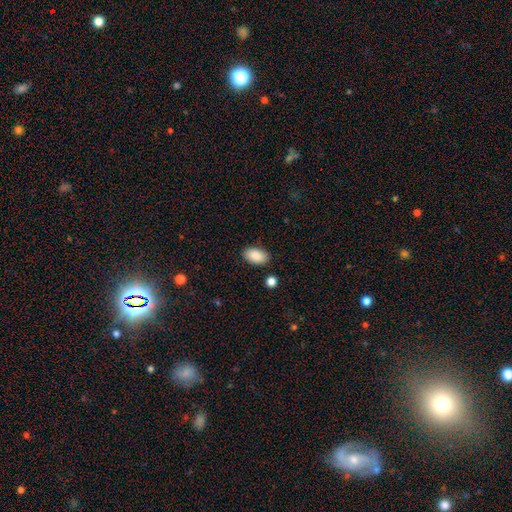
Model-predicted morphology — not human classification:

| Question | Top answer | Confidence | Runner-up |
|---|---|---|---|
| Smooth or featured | smooth | 90% | star or artifact (7%) |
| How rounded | in between | 93% | round (5%) |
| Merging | none | 87% | minor disturbance (9%) |